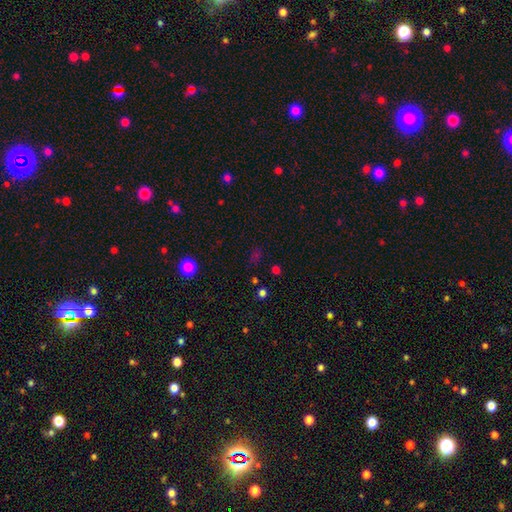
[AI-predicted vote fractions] Overall: smooth (52%; star or artifact 41%). How rounded: round (49%; in between 48%). Merging: none (74%).